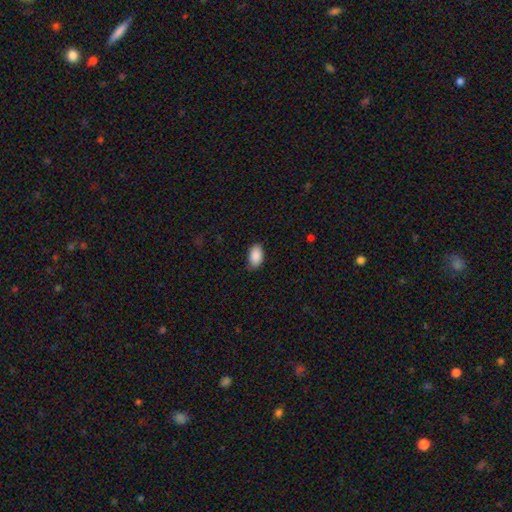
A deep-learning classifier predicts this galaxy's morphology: smooth 89%, star or artifact 7%, featured or disk 4%. Down the decision tree: how rounded — in between (93%); merging — none (78%).